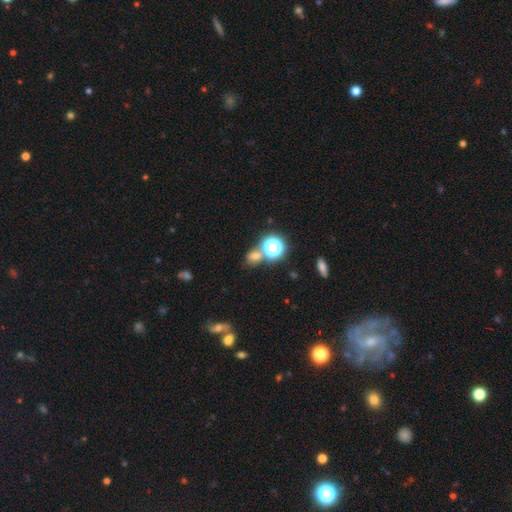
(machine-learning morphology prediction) smooth-or-featured: smooth: 60% | star or artifact: 30% | featured or disk: 10%
  how-rounded: round: 58% | in between: 41% | cigar-shaped: 2%
  merging: none: 60% | merger: 24% | minor disturbance: 11% | major disturbance: 5%